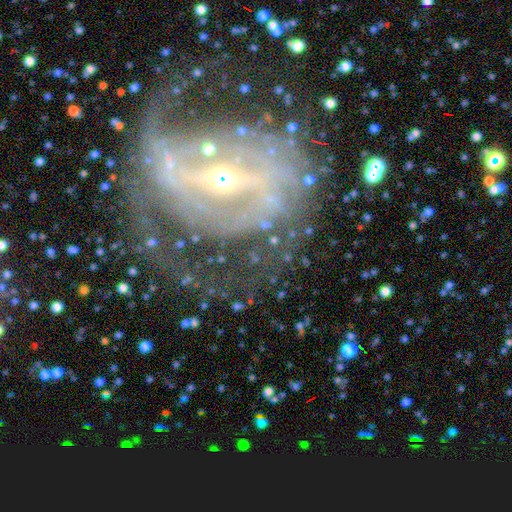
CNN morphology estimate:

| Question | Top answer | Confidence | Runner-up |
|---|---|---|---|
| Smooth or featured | featured or disk | 86% | star or artifact (8%) |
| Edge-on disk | no | 96% | yes (4%) |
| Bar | strong | 59% | weak (29%) |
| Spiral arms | yes | 84% | no (16%) |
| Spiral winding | medium | 40% | tight (31%) |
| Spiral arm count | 2 | 58% | can't tell (21%) |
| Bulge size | small | 57% | moderate (38%) |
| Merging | none | 51% | major disturbance (27%) |